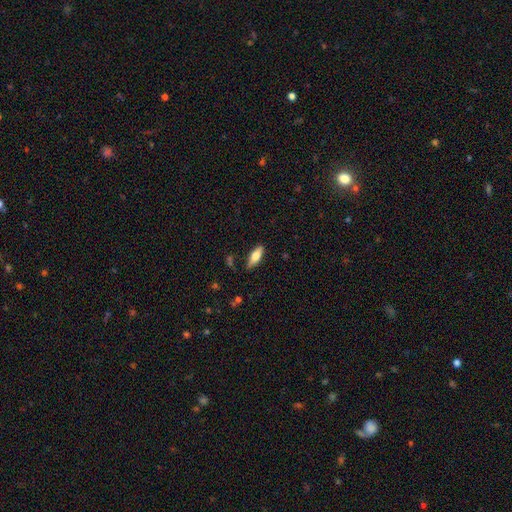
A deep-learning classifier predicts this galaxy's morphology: Smooth or featured: smooth — 66% (featured or disk — 28%)
How rounded: in between — 63% (cigar-shaped — 35%)
Merging: none — 82% (minor disturbance — 13%)